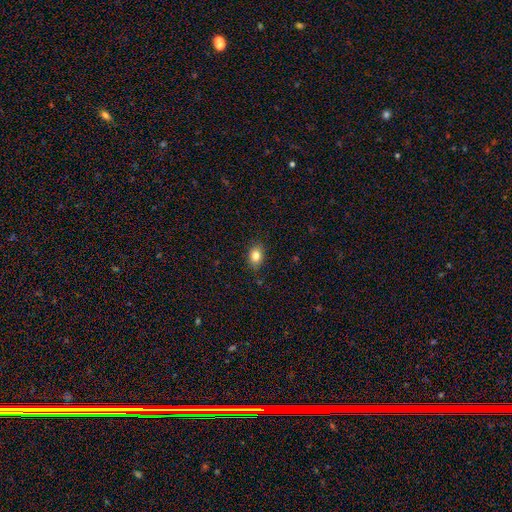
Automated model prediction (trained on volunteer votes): smooth 82%, star or artifact 10%, featured or disk 8%. Down the decision tree: how rounded — in between (74%); merging — none (86%).